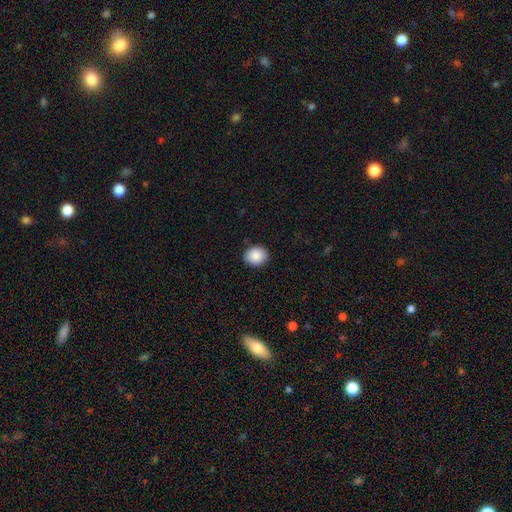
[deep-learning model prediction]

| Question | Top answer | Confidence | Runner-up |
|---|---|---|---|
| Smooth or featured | smooth | 88% | star or artifact (8%) |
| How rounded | round | 69% | in between (30%) |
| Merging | none | 90% | minor disturbance (7%) |